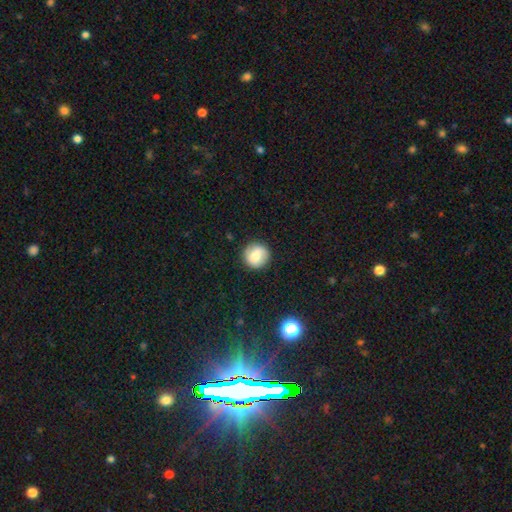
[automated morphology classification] Smooth or featured: smooth — 69% (featured or disk — 22%)
How rounded: round — 94% (in between — 5%)
Merging: none — 88% (minor disturbance — 8%)